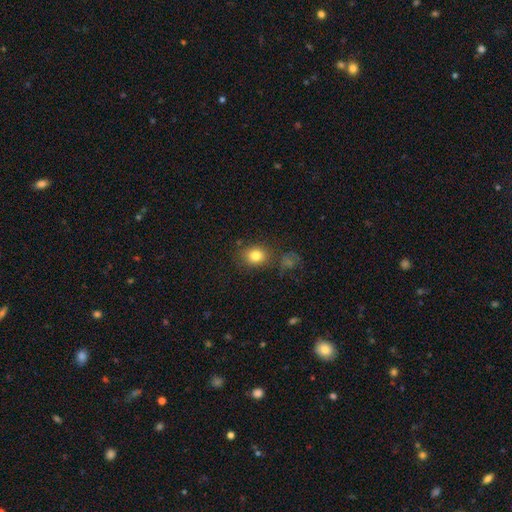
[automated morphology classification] Smooth or featured?
  - smooth: 81% *
  - star or artifact: 11%
  - featured or disk: 8%
How rounded?
  - round: 60% *
  - in between: 39%
  - cigar-shaped: 1%
Merging?
  - none: 77% *
  - minor disturbance: 13%
  - merger: 6%
  - major disturbance: 4%